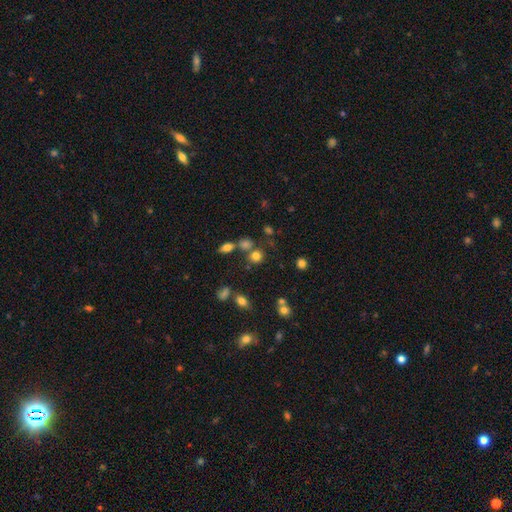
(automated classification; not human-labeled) smooth 74%, star or artifact 18%, featured or disk 8%. Down the decision tree: how rounded — round (84%); merging — none (66%).